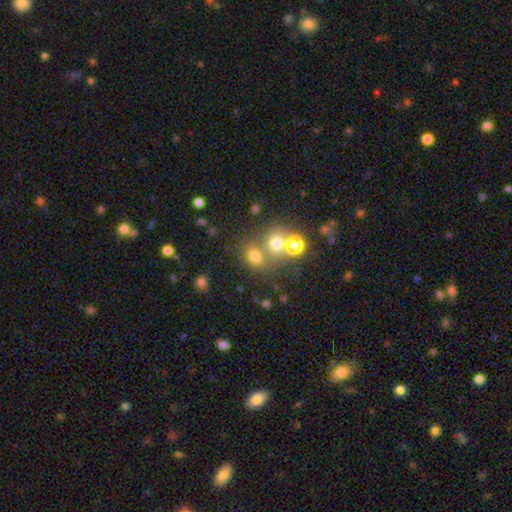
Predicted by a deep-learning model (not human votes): Q: Smooth or featured?
A: smooth (63%); runner-up: star or artifact (25%)
Q: How rounded?
A: round (70%); runner-up: in between (29%)
Q: Merging?
A: none (51%); runner-up: merger (36%)